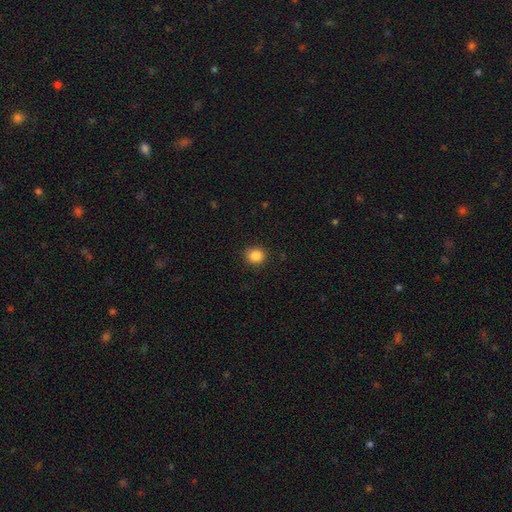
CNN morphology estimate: A smooth galaxy with no disk features (86%) that is round (86%).

Vote fractions:
- Smooth or featured? smooth: 86% / star or artifact: 11% / featured or disk: 4%
- How rounded? round: 86% / in between: 13% / cigar-shaped: 1%
- Merging? none: 90% / minor disturbance: 7% / major disturbance: 2% / merger: 1%